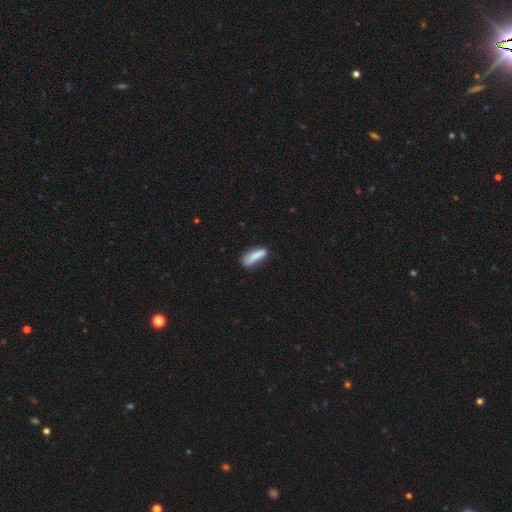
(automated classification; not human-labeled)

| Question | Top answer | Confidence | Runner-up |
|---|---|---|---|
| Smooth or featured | smooth | 82% | featured or disk (11%) |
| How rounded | cigar-shaped | 55% | in between (43%) |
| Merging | none | 62% | minor disturbance (27%) |